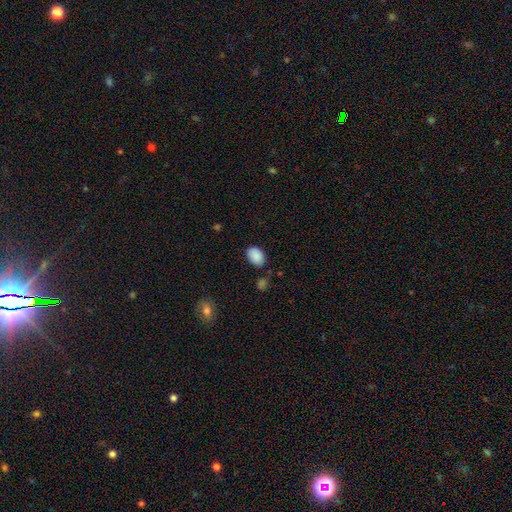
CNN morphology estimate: Smooth or featured: smooth — 89% (star or artifact — 8%)
How rounded: in between — 83% (round — 16%)
Merging: none — 78% (minor disturbance — 15%)